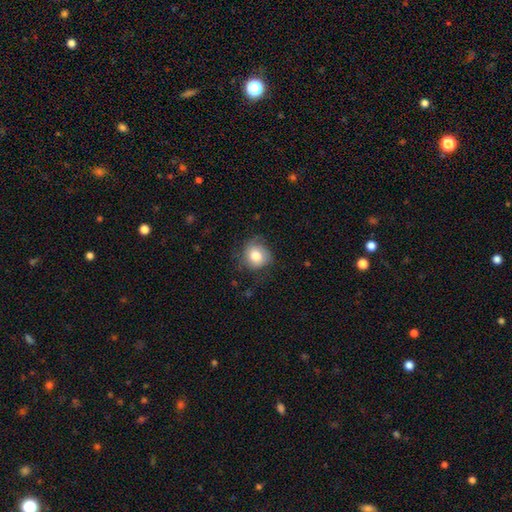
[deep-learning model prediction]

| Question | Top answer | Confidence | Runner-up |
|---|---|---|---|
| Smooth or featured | smooth | 79% | featured or disk (12%) |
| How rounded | round | 80% | in between (19%) |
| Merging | none | 64% | minor disturbance (25%) |